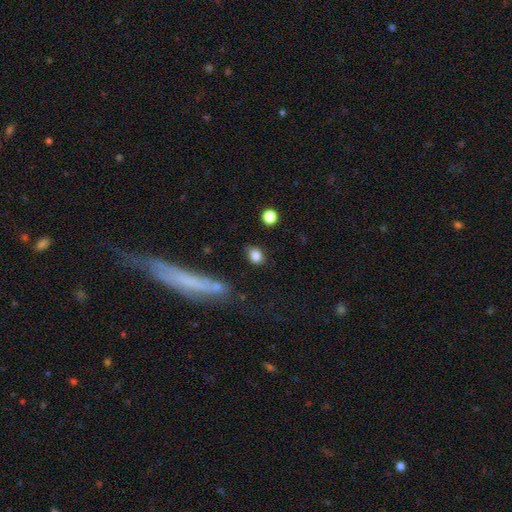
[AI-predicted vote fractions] Smooth or featured? Predicted: smooth (p=0.84). How rounded? Predicted: in between (p=0.61). Merging? Predicted: none (p=0.76).